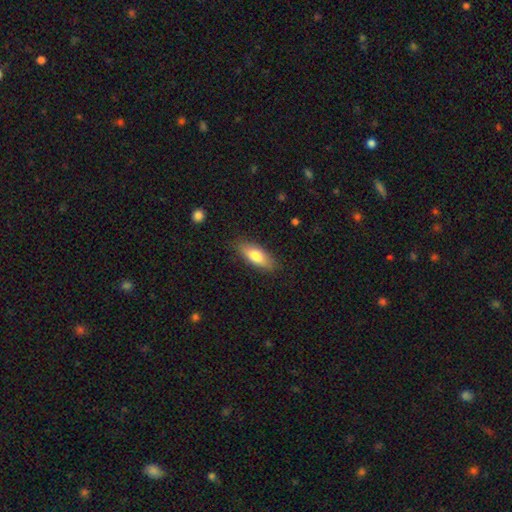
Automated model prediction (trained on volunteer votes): Morphology: type=smooth (75%); roundness=in between (72%); merging=none (85%).